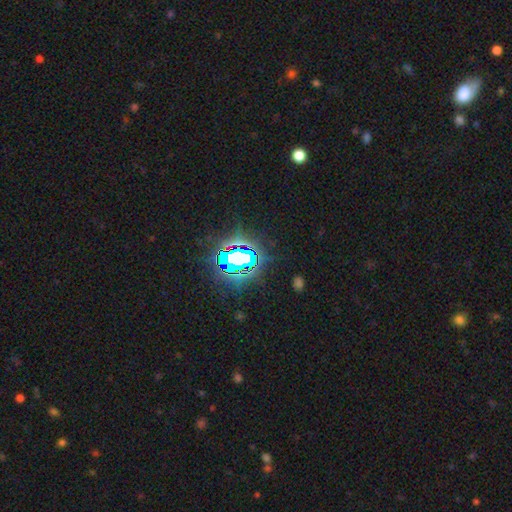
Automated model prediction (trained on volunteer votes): A star or artifact, not a galaxy (77%).